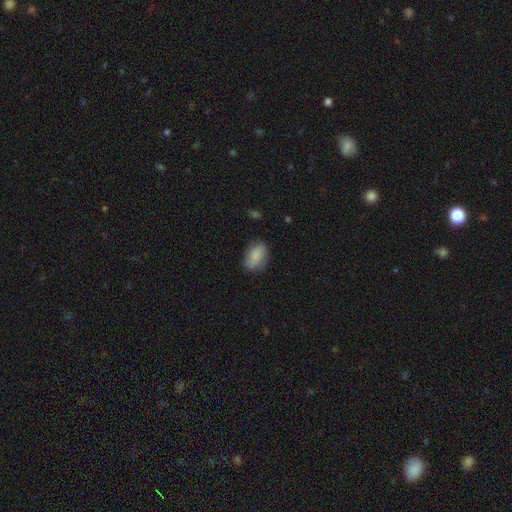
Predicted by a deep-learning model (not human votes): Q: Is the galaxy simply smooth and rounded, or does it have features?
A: smooth — 83%.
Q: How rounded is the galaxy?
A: in between — 87%.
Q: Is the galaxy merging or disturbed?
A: none — 72%.